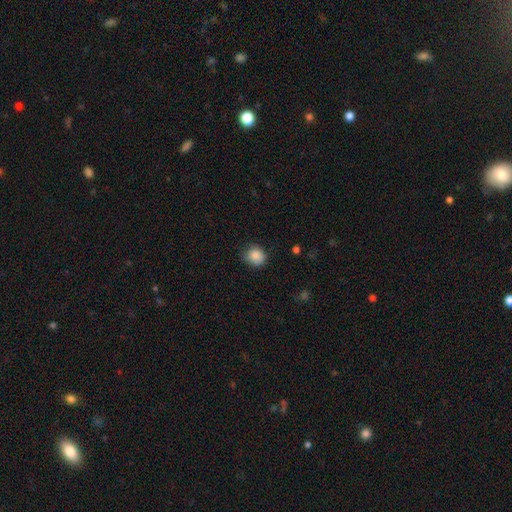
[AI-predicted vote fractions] smooth-or-featured: smooth: 86% | star or artifact: 9% | featured or disk: 4%
  how-rounded: round: 78% | in between: 21% | cigar-shaped: 1%
  merging: none: 68% | minor disturbance: 26% | major disturbance: 5% | merger: 1%